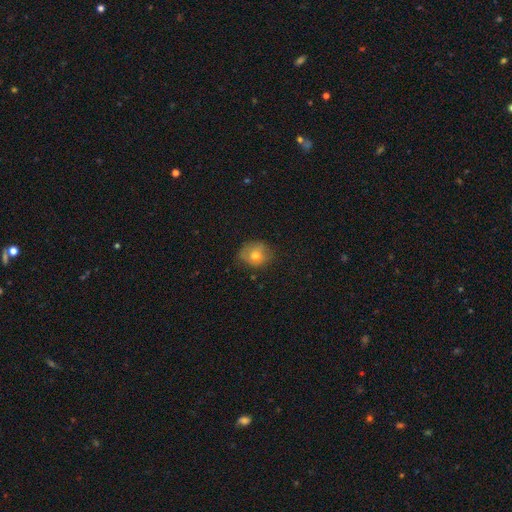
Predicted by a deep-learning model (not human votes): A smooth galaxy with no disk features (71%) that is round (69%). Merging: none (69%).